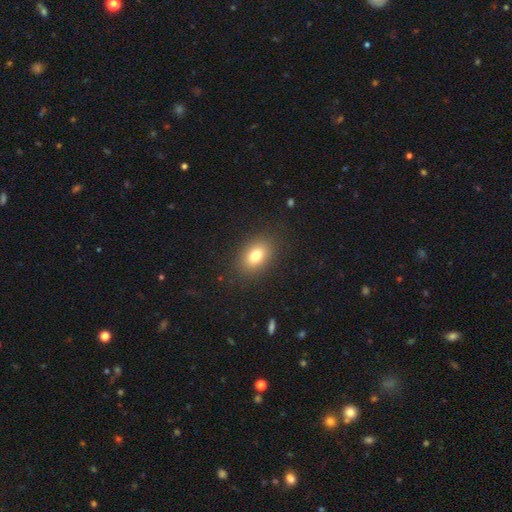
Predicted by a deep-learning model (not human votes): A smooth galaxy with no disk features (77%) that is in between round and cigar-shaped (77%).

Vote fractions:
- Smooth or featured? smooth: 77% / featured or disk: 11% / star or artifact: 11%
- How rounded? in between: 77% / round: 21% / cigar-shaped: 2%
- Merging? none: 87% / minor disturbance: 9% / major disturbance: 3% / merger: 1%